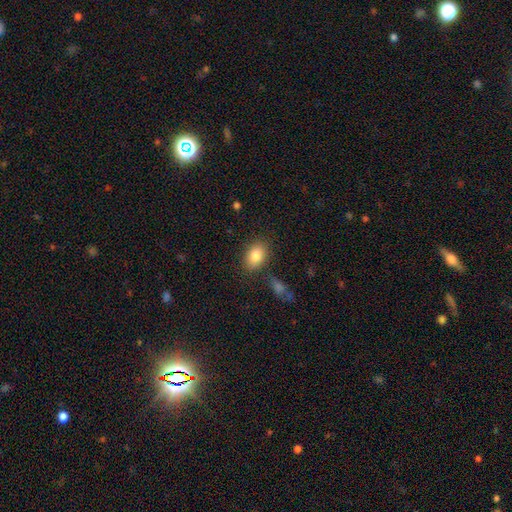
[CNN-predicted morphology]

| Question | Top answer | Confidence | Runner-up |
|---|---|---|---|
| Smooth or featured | smooth | 84% | featured or disk (8%) |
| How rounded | in between | 83% | round (16%) |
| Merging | none | 80% | minor disturbance (12%) |